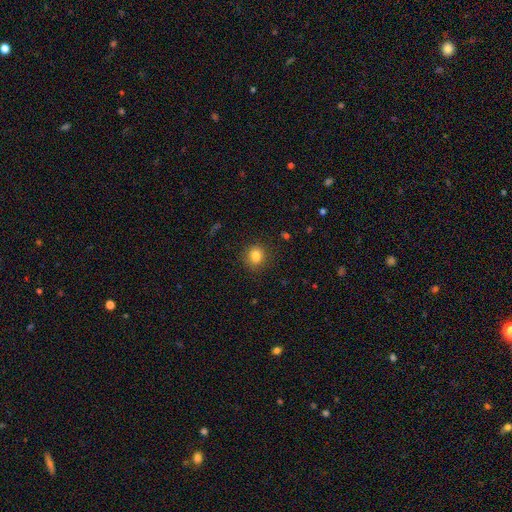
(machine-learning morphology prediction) Smooth or featured?
  - smooth: 83% *
  - star or artifact: 11%
  - featured or disk: 6%
How rounded?
  - round: 82% *
  - in between: 17%
  - cigar-shaped: 1%
Merging?
  - none: 89% *
  - minor disturbance: 8%
  - major disturbance: 2%
  - merger: 1%